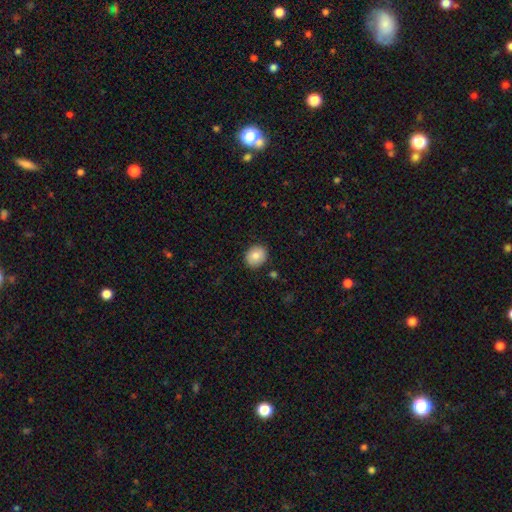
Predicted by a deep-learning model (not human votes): Morphology: type=smooth (83%); roundness=round (73%); merging=none (88%).